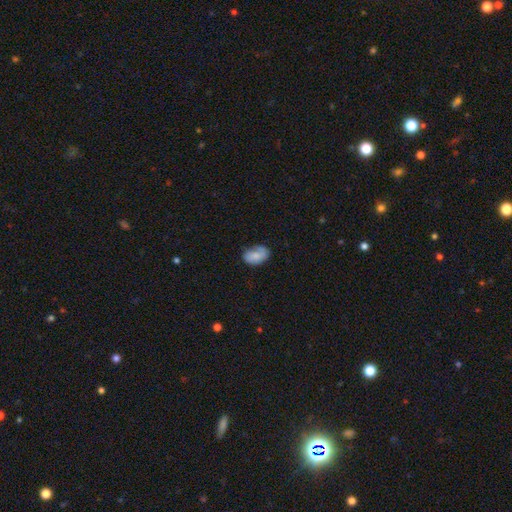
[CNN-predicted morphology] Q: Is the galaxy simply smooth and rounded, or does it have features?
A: smooth — 70%.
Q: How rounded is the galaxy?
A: in between — 89%.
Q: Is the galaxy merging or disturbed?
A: none — 57%.